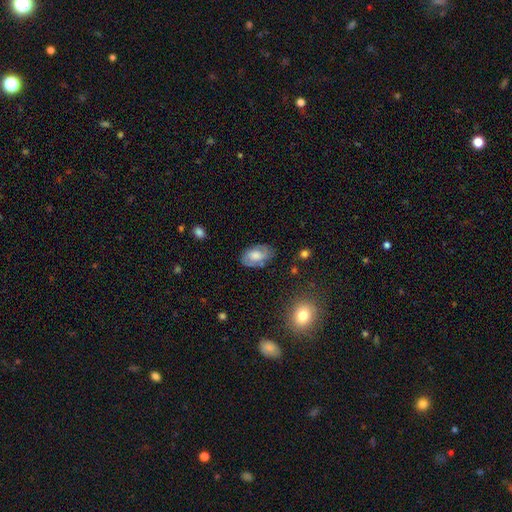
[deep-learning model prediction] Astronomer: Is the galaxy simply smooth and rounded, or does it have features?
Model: smooth — 50% (runner-up: featured or disk, 42%).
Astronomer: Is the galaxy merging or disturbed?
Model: none — 72%.